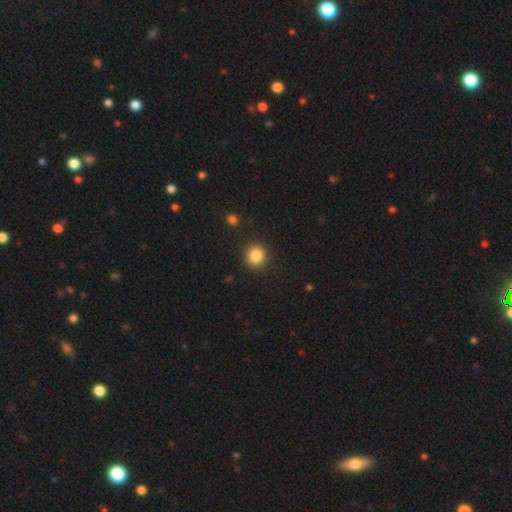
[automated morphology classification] This is clearly a smooth galaxy (84%). How rounded: clearly round (90%). Merging: clearly none (91%).